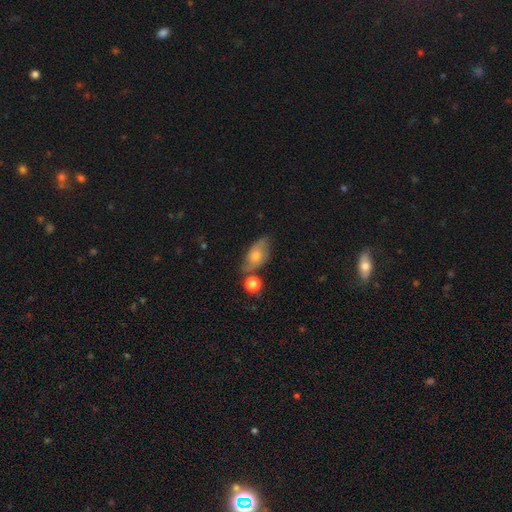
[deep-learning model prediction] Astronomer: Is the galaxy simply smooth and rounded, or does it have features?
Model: smooth — 44%, tied with featured or disk at 44%.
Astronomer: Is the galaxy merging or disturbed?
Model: none — 59%.